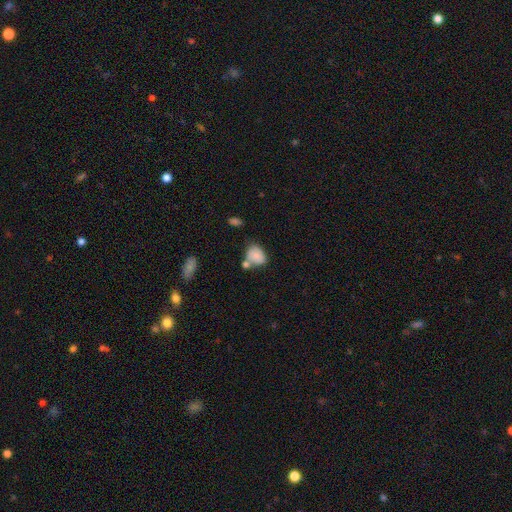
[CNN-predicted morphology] Overall: smooth (79%). How rounded: in between (68%; round 30%). Merging: none (40%; merger 31%).